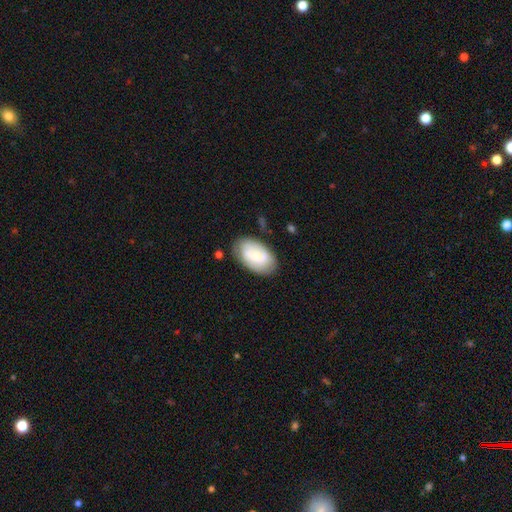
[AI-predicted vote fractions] Smooth or featured?
  - smooth: 58% *
  - featured or disk: 35%
  - star or artifact: 6%
How rounded?
  - in between: 92% *
  - round: 6%
  - cigar-shaped: 1%
Merging?
  - none: 78% *
  - minor disturbance: 16%
  - major disturbance: 4%
  - merger: 3%